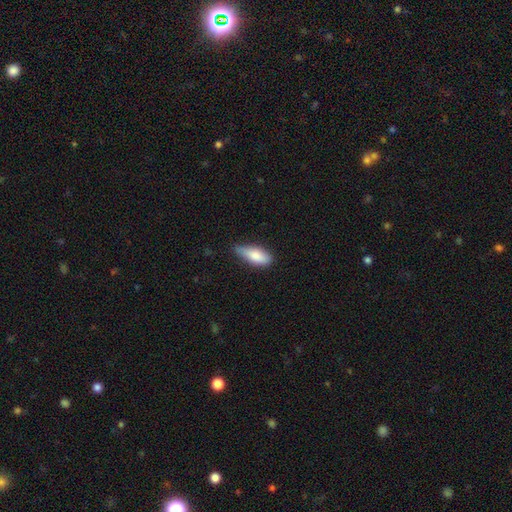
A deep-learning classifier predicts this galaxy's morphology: smooth 78%, featured or disk 15%, star or artifact 6%. Down the decision tree: how rounded — in between (74%); merging — none (58%).